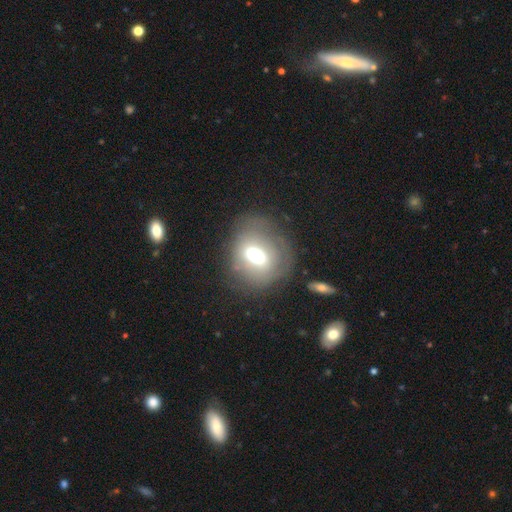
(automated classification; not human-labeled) Smooth or featured: smooth — 54% (featured or disk — 33%)
How rounded: round — 57% (in between — 41%)
Merging: none — 61% (minor disturbance — 19%)